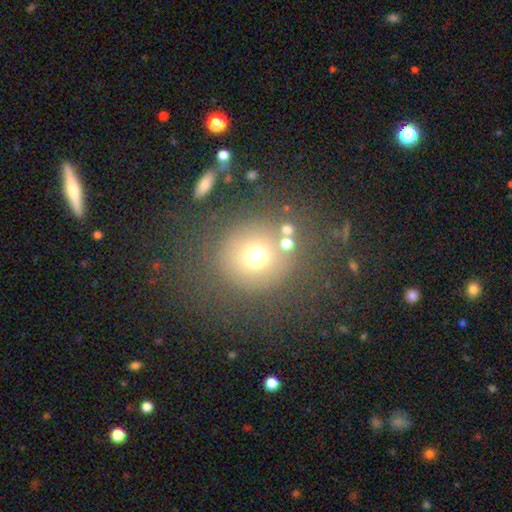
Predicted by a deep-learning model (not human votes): Overall: smooth (68%). How rounded: round (90%). Merging: none (74%).